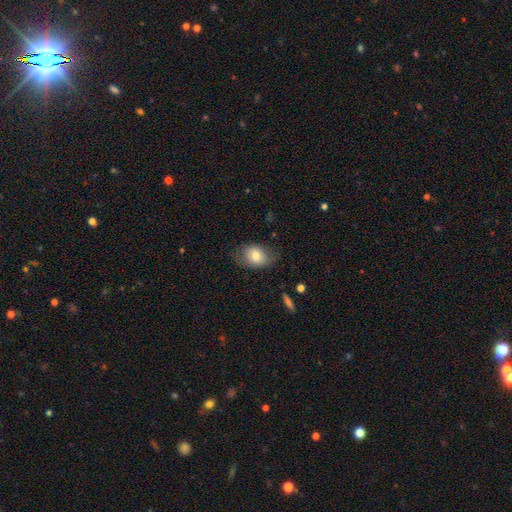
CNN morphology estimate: A smooth galaxy with no disk features (74%) that is in between round and cigar-shaped (65%). Merging: none (66%).